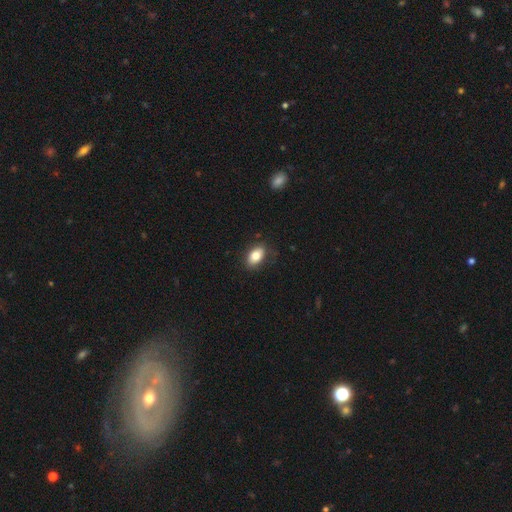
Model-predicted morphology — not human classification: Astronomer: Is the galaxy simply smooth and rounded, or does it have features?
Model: smooth — 80%.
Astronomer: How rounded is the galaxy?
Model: in between — 89%.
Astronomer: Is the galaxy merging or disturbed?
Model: none — 82%.